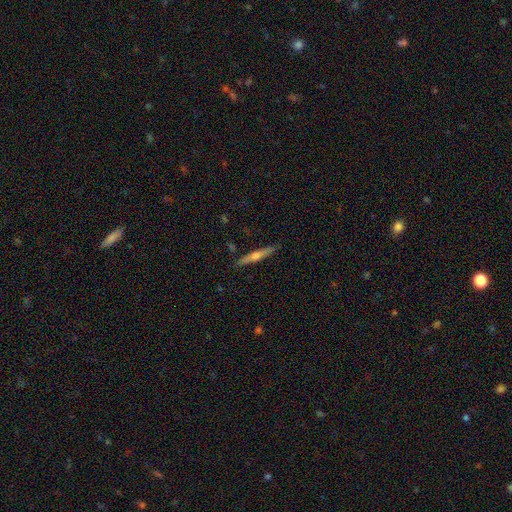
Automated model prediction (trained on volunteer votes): smooth-or-featured: featured or disk: 59% | smooth: 35% | star or artifact: 6%
  disk-edge-on: yes: 97% | no: 3%
    edge-on-bulge: rounded: 86% | none: 9% | boxy: 5%
  merging: none: 89% | minor disturbance: 8% | major disturbance: 2% | merger: 1%